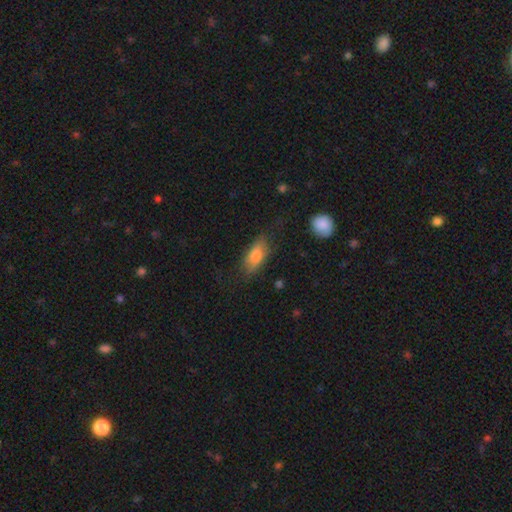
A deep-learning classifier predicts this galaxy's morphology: Smooth or featured? smooth (72%)
How rounded? in between (75%)
Merging? none (66%)